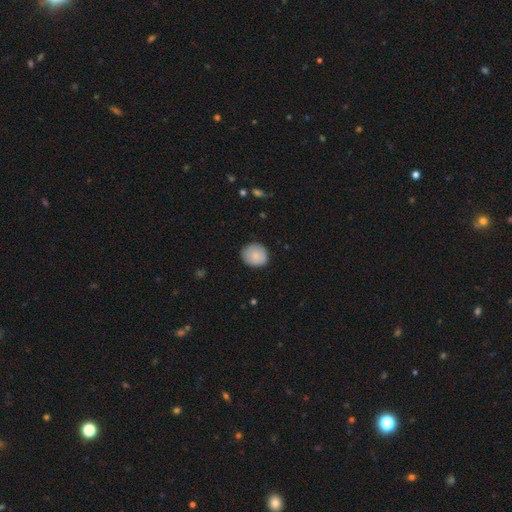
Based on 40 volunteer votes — A smooth galaxy with no disk features (85%) that is round (100%).

Vote fractions:
- Smooth or featured? smooth: 85% / featured or disk: 12% / star or artifact: 2%
- How rounded? round: 100% / in between: 0% / cigar-shaped: 0%
- Merging? none: 82% / minor disturbance: 10% / major disturbance: 8% / merger: 0%